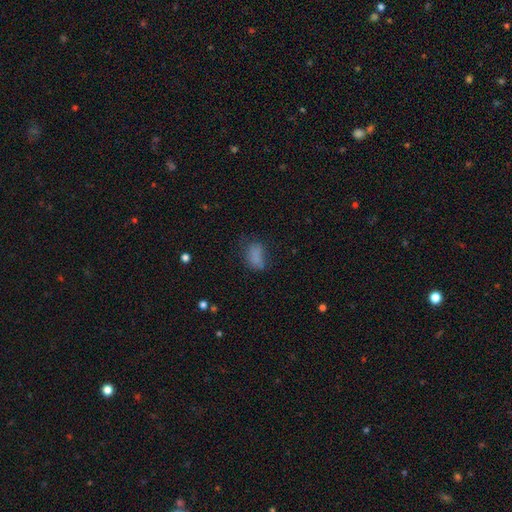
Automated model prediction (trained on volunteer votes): Morphology: type=smooth (76%); roundness=in between (88%); merging=none (45%).